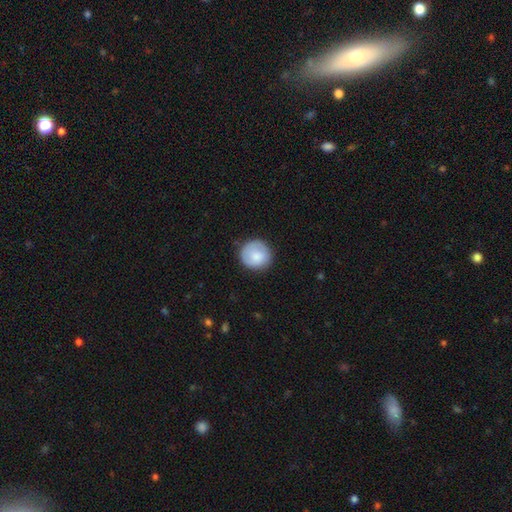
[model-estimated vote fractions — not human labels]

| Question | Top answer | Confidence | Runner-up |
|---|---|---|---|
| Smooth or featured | smooth | 77% | featured or disk (17%) |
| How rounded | round | 92% | in between (7%) |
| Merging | none | 80% | minor disturbance (15%) |